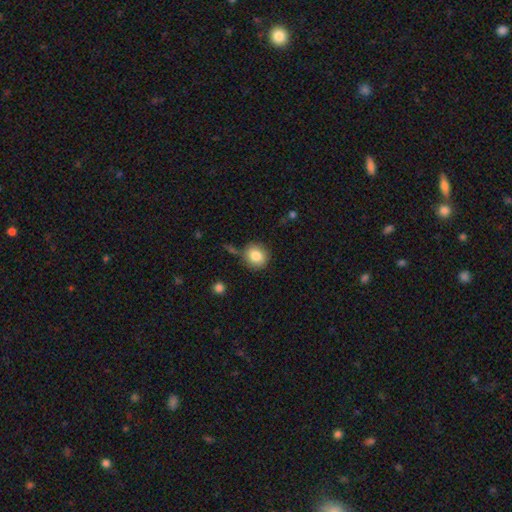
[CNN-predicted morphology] The model was most divided on "merging": none: 75%, minor disturbance: 14%, merger: 7%, major disturbance: 4%. More confident: how rounded — round (85%); smooth or featured — smooth (84%).